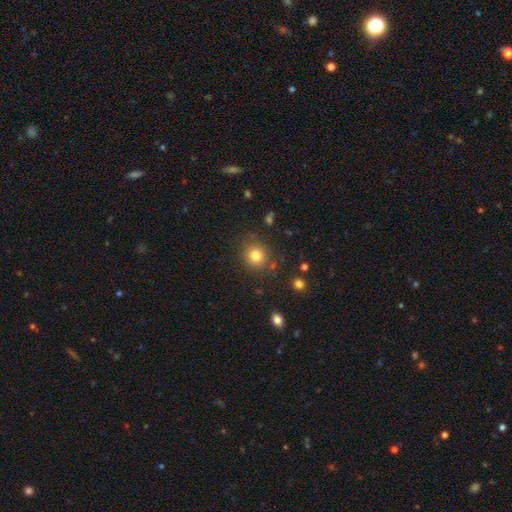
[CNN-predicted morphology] Overall: smooth (81%). How rounded: round (88%). Merging: none (83%).